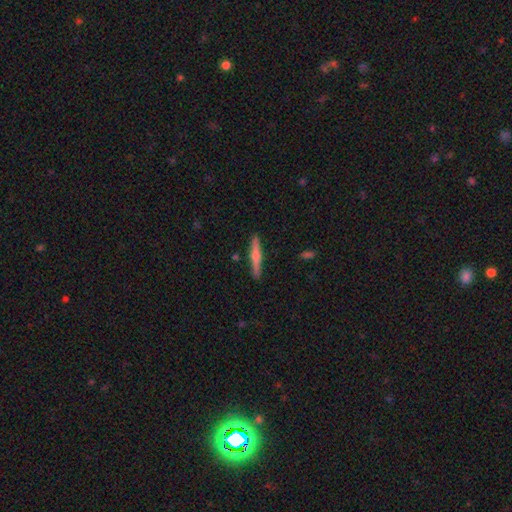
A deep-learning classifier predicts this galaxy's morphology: smooth_or_featured: smooth (p=0.50) [alt: featured or disk p=0.45]
merging: none (p=0.89) [alt: minor disturbance p=0.08]